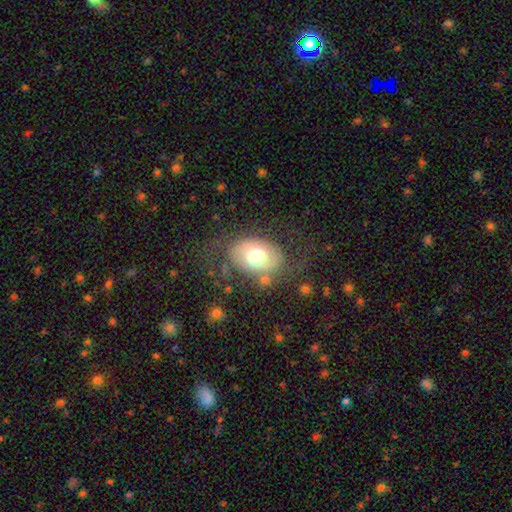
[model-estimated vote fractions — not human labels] Smooth or featured? Predicted: smooth (p=0.54). How rounded? Predicted: in between (p=0.78). Merging? Predicted: none (p=0.59).